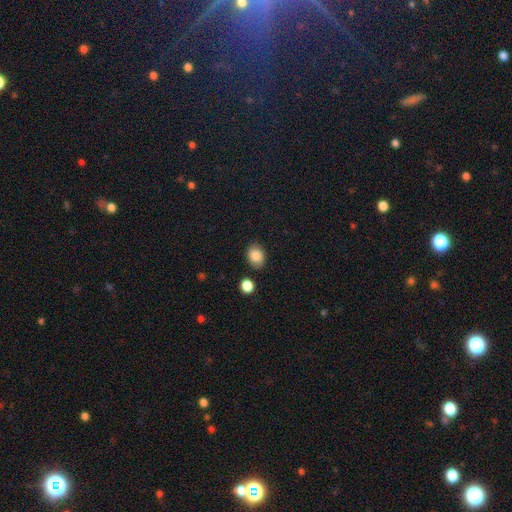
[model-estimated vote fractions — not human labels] A smooth galaxy with no disk features (86%) that is in between round and cigar-shaped (61%).

Vote fractions:
- Smooth or featured? smooth: 86% / star or artifact: 8% / featured or disk: 6%
- How rounded? in between: 61% / round: 38% / cigar-shaped: 1%
- Merging? none: 82% / minor disturbance: 12% / merger: 4% / major disturbance: 3%